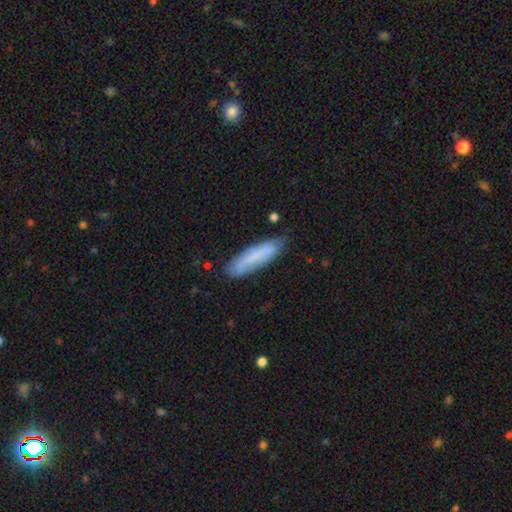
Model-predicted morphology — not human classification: Overall: smooth (71%). How rounded: cigar-shaped (71%). Merging: none (74%).